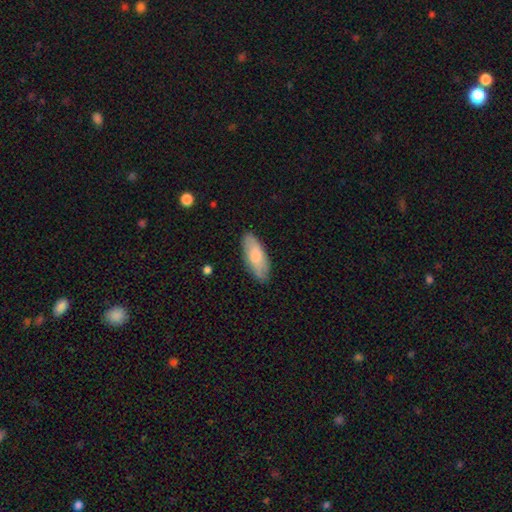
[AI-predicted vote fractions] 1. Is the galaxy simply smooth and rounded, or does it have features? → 73% smooth, 21% featured or disk, 6% star or artifact.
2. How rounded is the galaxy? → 77% in between, 21% cigar-shaped, 2% round.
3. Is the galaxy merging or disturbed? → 84% none, 13% minor disturbance, 2% major disturbance, 1% merger.